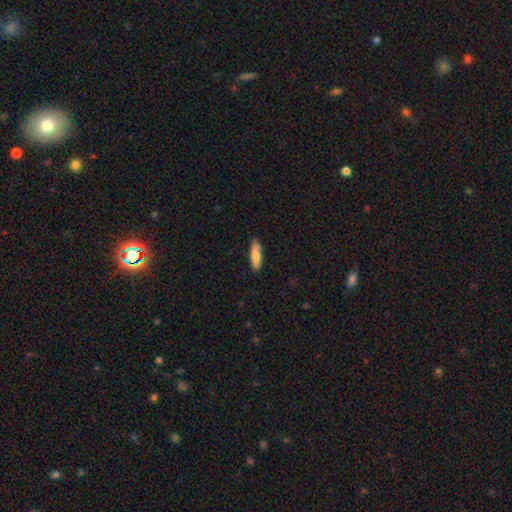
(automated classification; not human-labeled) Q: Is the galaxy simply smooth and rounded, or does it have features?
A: smooth — 81%.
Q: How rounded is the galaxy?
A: cigar-shaped — 64%.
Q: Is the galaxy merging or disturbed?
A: none — 86%.